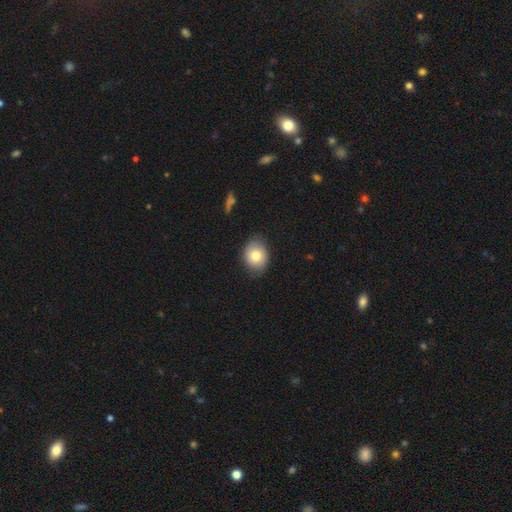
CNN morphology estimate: A smooth galaxy with no disk features (78%) that is in between round and cigar-shaped (53%).

Vote fractions:
- Smooth or featured? smooth: 78% / featured or disk: 13% / star or artifact: 9%
- How rounded? in between: 53% / round: 46% / cigar-shaped: 1%
- Merging? none: 81% / minor disturbance: 15% / major disturbance: 3% / merger: 1%